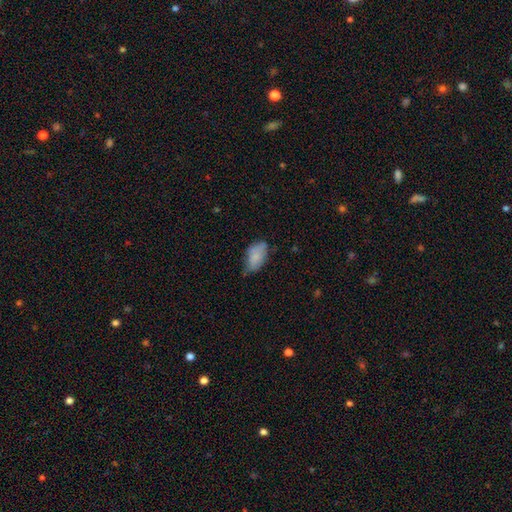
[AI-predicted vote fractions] A smooth galaxy with no disk features (79%) that is in between round and cigar-shaped (93%).

Vote fractions:
- Smooth or featured? smooth: 79% / featured or disk: 13% / star or artifact: 8%
- How rounded? in between: 93% / round: 5% / cigar-shaped: 2%
- Merging? none: 46% / minor disturbance: 41% / major disturbance: 11% / merger: 2%